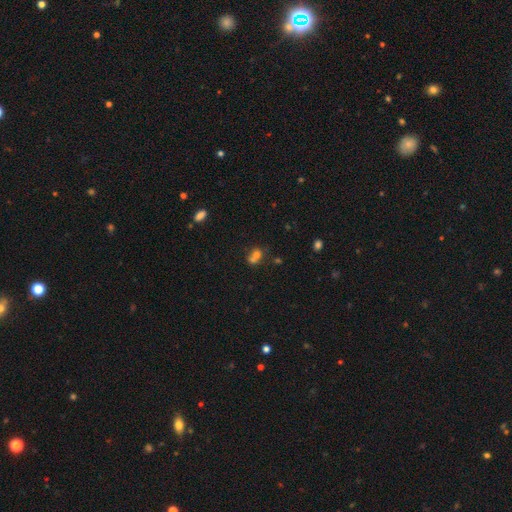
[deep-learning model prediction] This is likely a smooth galaxy (66%). How rounded: likely round (66%). Merging: possibly merger (59%).